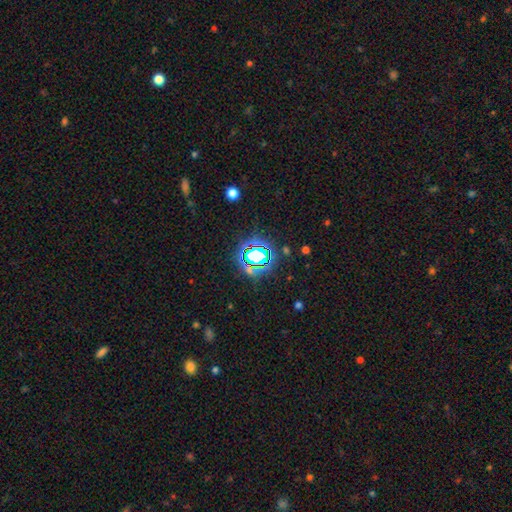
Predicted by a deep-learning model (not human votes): A star or artifact, not a galaxy (68%).